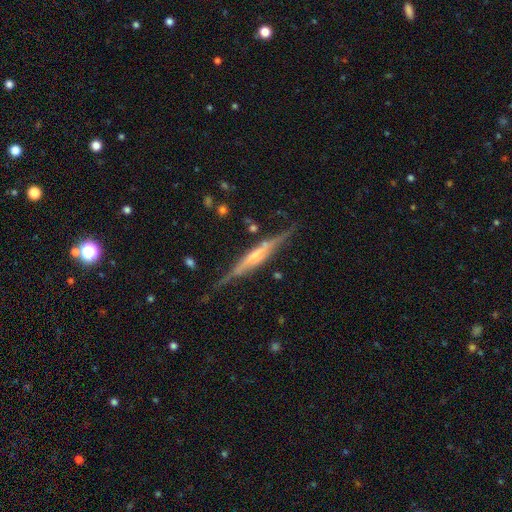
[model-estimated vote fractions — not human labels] Morphology: type=featured or disk (75%); edge-on=yes (95%); edge-on bulge=rounded (46%); merging=none (76%).